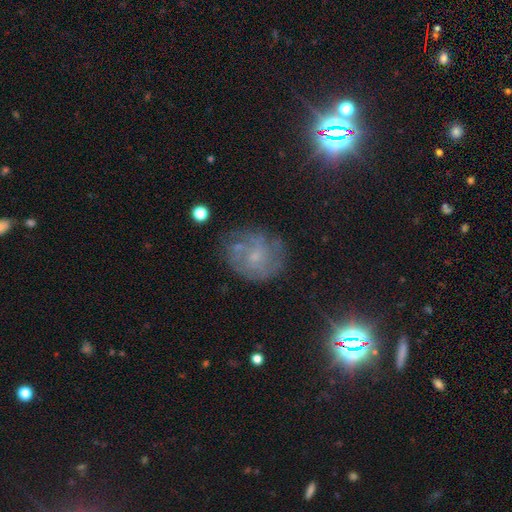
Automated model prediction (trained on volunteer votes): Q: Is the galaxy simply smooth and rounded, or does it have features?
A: featured or disk — 57%.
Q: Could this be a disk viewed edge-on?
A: no — 97%.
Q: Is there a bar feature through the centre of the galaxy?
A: no — 71%.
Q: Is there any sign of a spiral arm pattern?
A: yes — 71%.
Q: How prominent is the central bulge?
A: small — 65%.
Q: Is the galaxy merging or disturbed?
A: none — 64%.